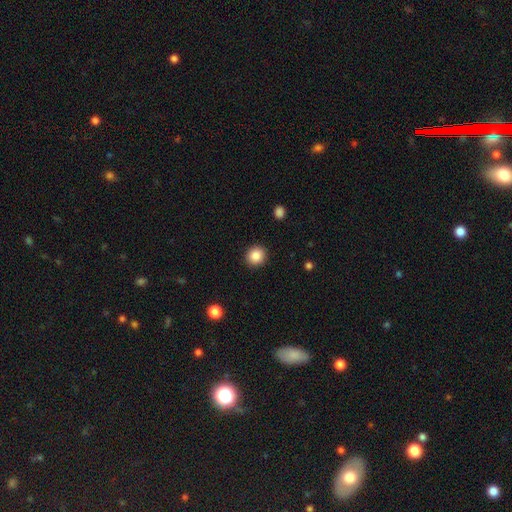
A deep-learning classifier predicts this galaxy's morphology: Smooth or featured? smooth (87%)
How rounded? round (88%)
Merging? none (91%)